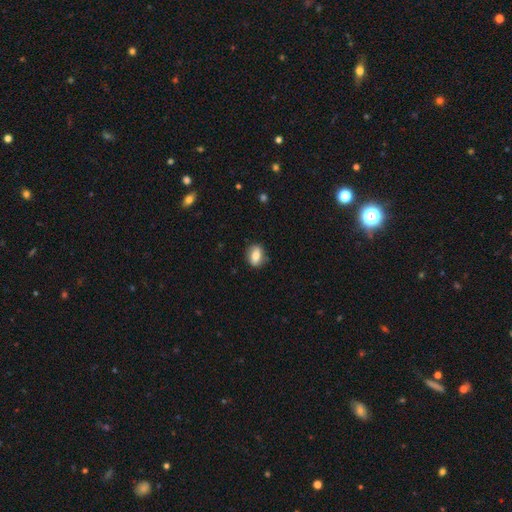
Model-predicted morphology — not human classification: This is likely a smooth galaxy (73%). How rounded: likely in between (74%). Merging: clearly none (81%).